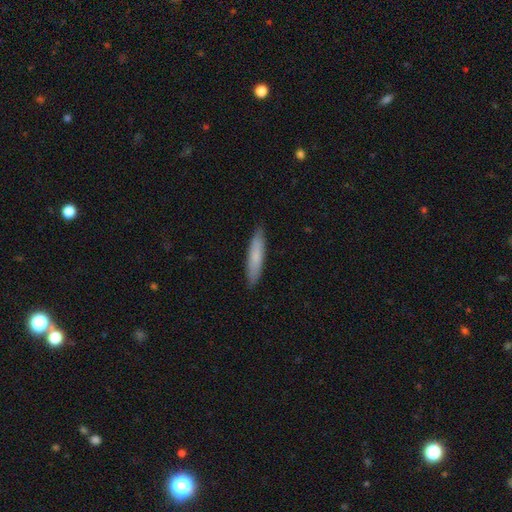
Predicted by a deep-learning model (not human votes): smooth_or_featured: smooth (p=0.74) [alt: featured or disk p=0.20]
how_rounded: cigar-shaped (p=0.86) [alt: in between p=0.13]
merging: none (p=0.89) [alt: minor disturbance p=0.09]